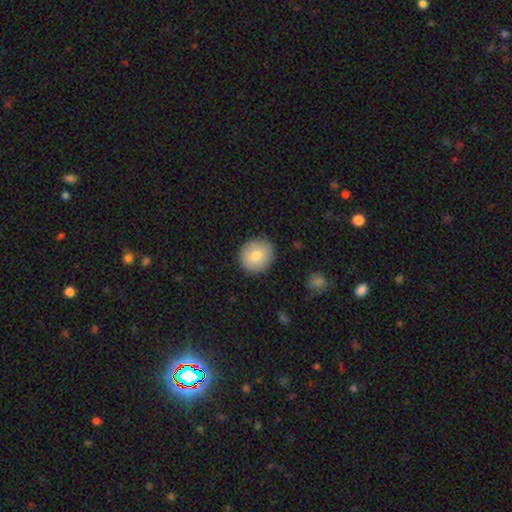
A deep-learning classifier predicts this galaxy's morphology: Smooth or featured? smooth (79%)
How rounded? round (83%)
Merging? none (88%)